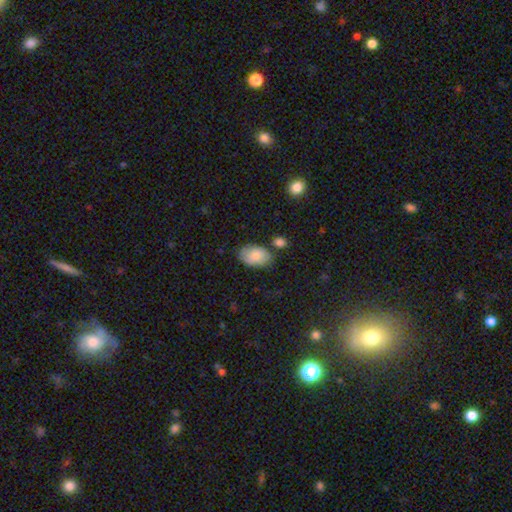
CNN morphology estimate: smooth-or-featured: smooth: 81% | featured or disk: 12% | star or artifact: 7%
  how-rounded: in between: 90% | round: 9% | cigar-shaped: 1%
  merging: none: 67% | minor disturbance: 20% | merger: 8% | major disturbance: 5%